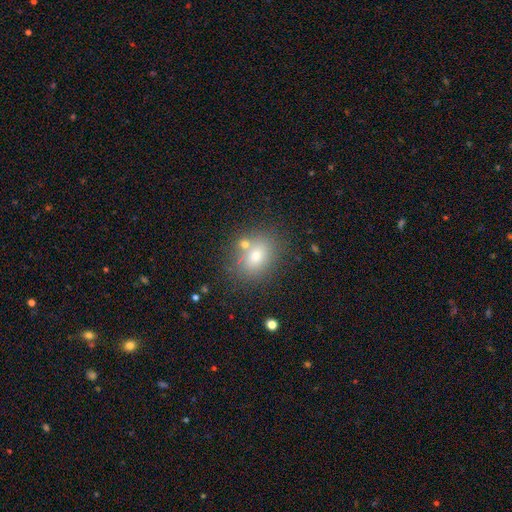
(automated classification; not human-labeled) smooth-or-featured: smooth: 71% | featured or disk: 15% | star or artifact: 14%
  how-rounded: in between: 56% | round: 42% | cigar-shaped: 1%
  merging: none: 72% | minor disturbance: 12% | merger: 11% | major disturbance: 4%